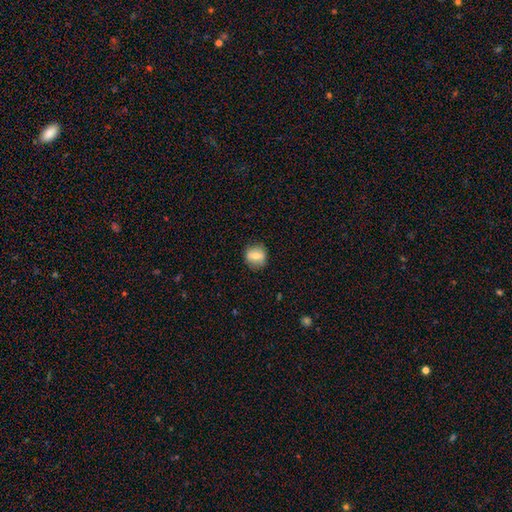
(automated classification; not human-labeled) The model was most divided on "smooth or featured": smooth: 64%, featured or disk: 27%, star or artifact: 9%. More confident: merging — none (86%); how rounded — round (82%).